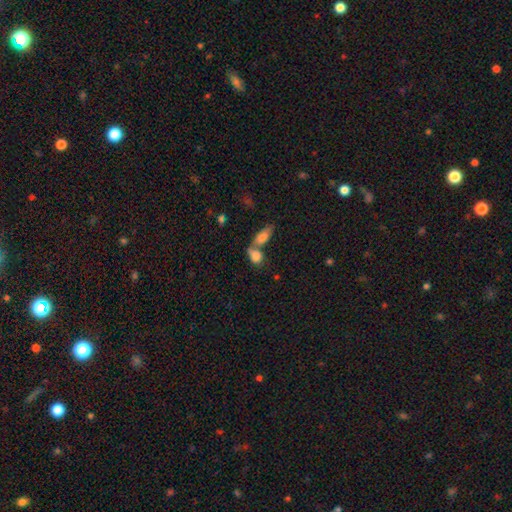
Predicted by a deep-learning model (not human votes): Q: Smooth or featured?
A: smooth (80%); runner-up: featured or disk (11%)
Q: How rounded?
A: in between (70%); runner-up: round (23%)
Q: Merging?
A: merger (56%); runner-up: none (30%)